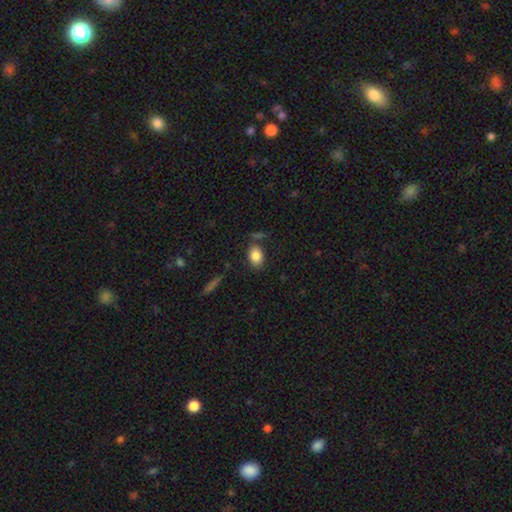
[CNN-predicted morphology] This is clearly a smooth galaxy (85%). How rounded: likely in between (76%). Merging: likely none (76%).